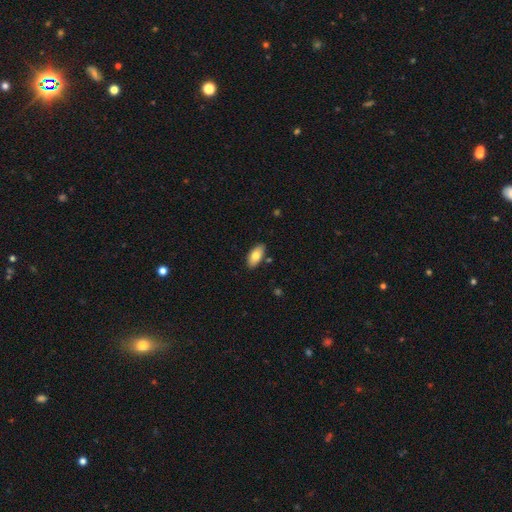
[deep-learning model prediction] Smooth or featured?
  - smooth: 76% *
  - featured or disk: 17%
  - star or artifact: 7%
How rounded?
  - in between: 91% *
  - cigar-shaped: 6%
  - round: 3%
Merging?
  - none: 86% *
  - minor disturbance: 10%
  - merger: 3%
  - major disturbance: 2%